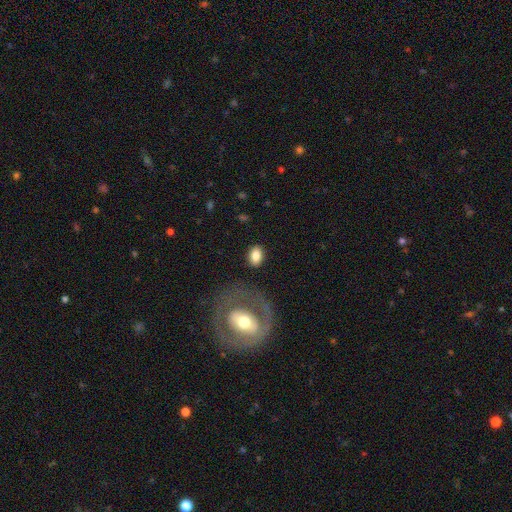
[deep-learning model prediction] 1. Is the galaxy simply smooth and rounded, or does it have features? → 78% smooth, 15% featured or disk, 7% star or artifact.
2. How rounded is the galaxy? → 80% in between, 19% round, 2% cigar-shaped.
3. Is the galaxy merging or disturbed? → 83% none, 9% minor disturbance, 5% major disturbance, 3% merger.